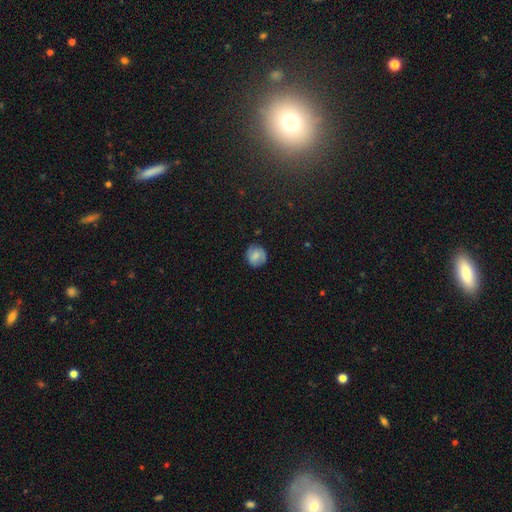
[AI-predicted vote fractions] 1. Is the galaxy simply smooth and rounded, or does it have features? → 64% smooth, 27% featured or disk, 9% star or artifact.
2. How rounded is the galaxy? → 88% round, 11% in between, 1% cigar-shaped.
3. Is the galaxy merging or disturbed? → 82% none, 14% minor disturbance, 3% major disturbance, 1% merger.